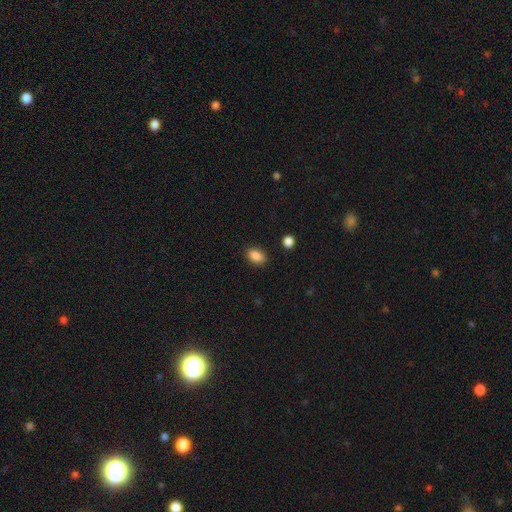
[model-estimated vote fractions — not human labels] A smooth galaxy with no disk features (87%) that is in between round and cigar-shaped (84%).

Vote fractions:
- Smooth or featured? smooth: 87% / star or artifact: 9% / featured or disk: 4%
- How rounded? in between: 84% / round: 14% / cigar-shaped: 2%
- Merging? none: 86% / minor disturbance: 10% / major disturbance: 2% / merger: 2%